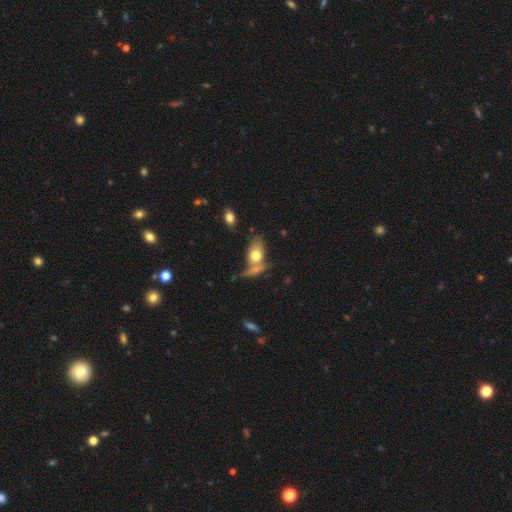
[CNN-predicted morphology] smooth_or_featured: smooth (p=0.71) [alt: featured or disk p=0.21]
how_rounded: in between (p=0.83) [alt: round p=0.11]
merging: none (p=0.38) [alt: merger p=0.36]